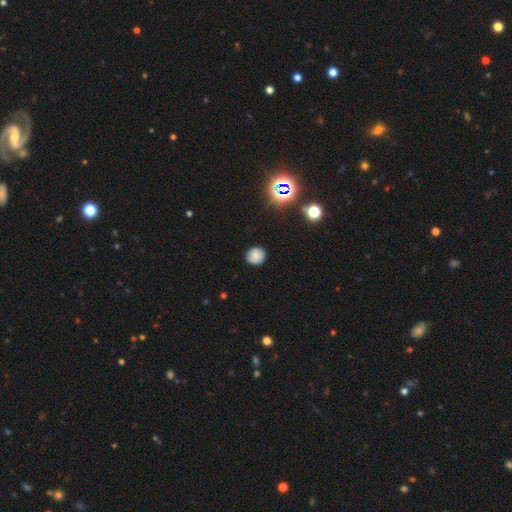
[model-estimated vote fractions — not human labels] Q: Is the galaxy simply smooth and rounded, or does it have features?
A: smooth — 78%.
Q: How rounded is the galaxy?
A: round — 89%.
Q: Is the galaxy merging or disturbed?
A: none — 88%.